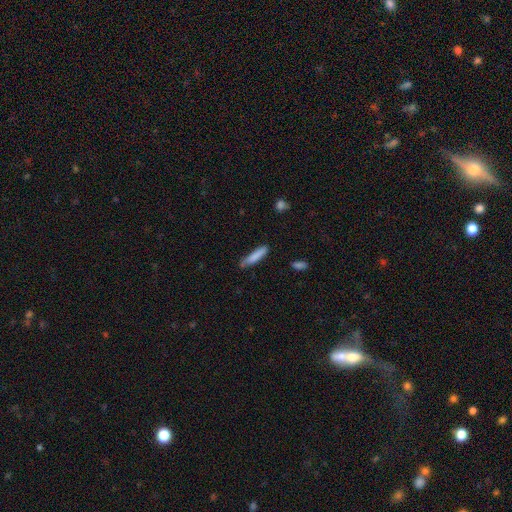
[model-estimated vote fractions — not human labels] A smooth galaxy with no disk features (82%) that is cigar-shaped (87%). Merging: none (73%).